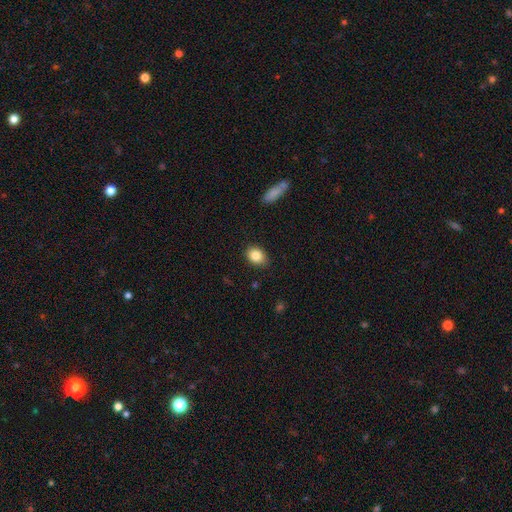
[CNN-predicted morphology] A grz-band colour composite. It shows a smooth galaxy with no disk features (84%) that is in between round and cigar-shaped (64%). Merging: none (84%).